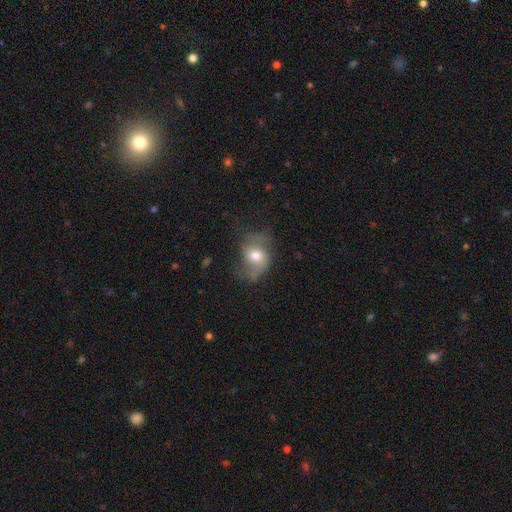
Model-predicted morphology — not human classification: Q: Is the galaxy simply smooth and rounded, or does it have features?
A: smooth — 51%.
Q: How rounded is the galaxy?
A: in between — 58%.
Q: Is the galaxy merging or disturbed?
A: none — 43%.